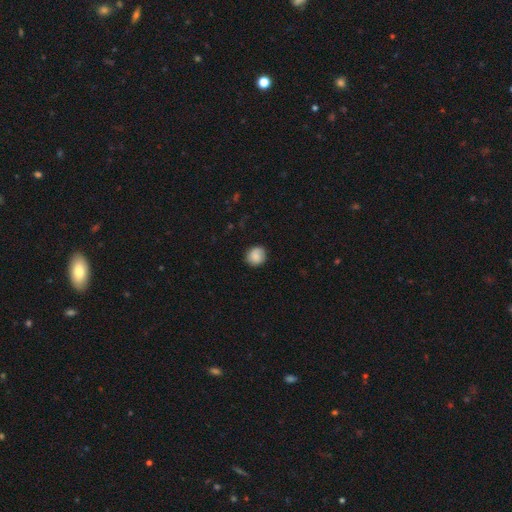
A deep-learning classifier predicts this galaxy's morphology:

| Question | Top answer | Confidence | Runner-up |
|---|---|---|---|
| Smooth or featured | smooth | 84% | featured or disk (9%) |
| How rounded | round | 86% | in between (13%) |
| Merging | none | 84% | minor disturbance (12%) |